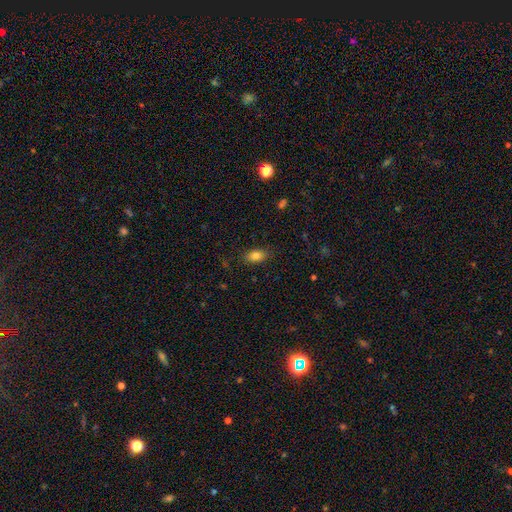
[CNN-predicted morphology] Smooth or featured? smooth (83%)
How rounded? in between (87%)
Merging? none (85%)